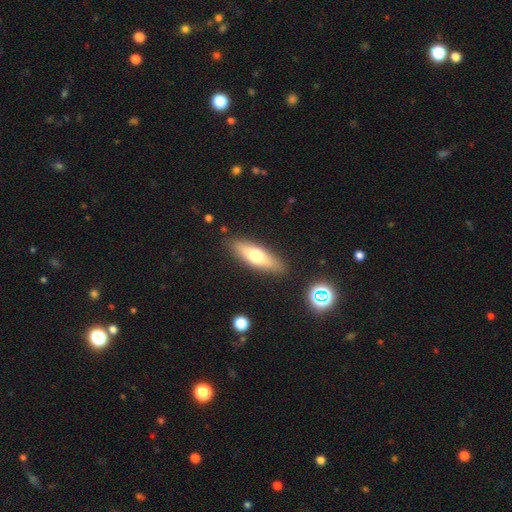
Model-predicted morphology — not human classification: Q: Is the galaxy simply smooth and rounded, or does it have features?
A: smooth — 58%.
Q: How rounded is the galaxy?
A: cigar-shaped — 52%.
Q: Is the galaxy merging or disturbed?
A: none — 87%.